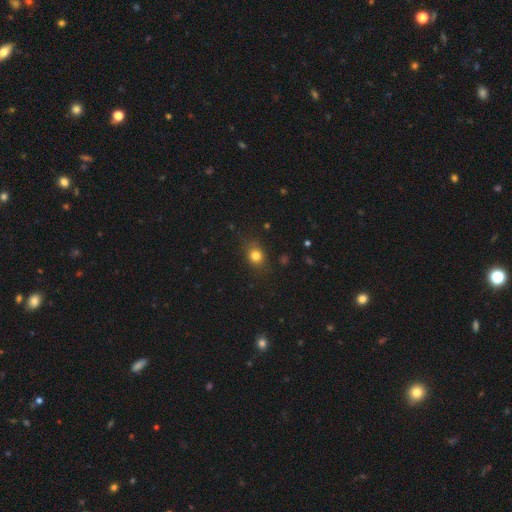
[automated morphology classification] Smooth or featured? Predicted: smooth (p=0.80). How rounded? Predicted: round (p=0.61). Merging? Predicted: none (p=0.80).